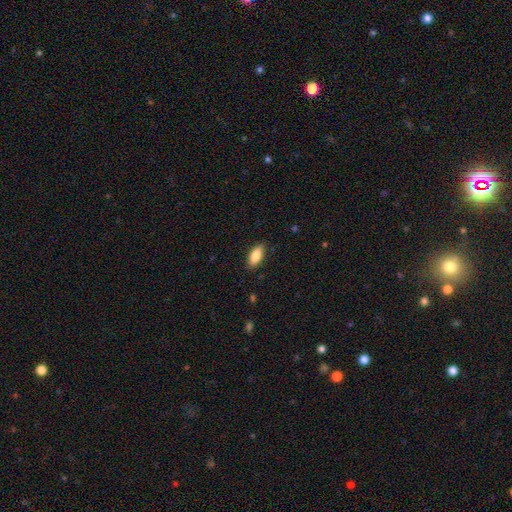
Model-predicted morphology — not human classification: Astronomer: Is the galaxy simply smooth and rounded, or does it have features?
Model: smooth — 85%.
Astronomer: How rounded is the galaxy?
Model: in between — 87%.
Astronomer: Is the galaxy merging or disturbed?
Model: none — 86%.